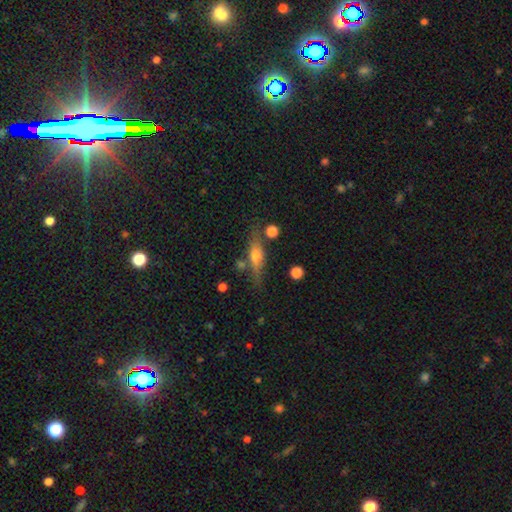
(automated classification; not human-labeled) Overall: featured or disk (48%; smooth 43%). Merging: none (71%).